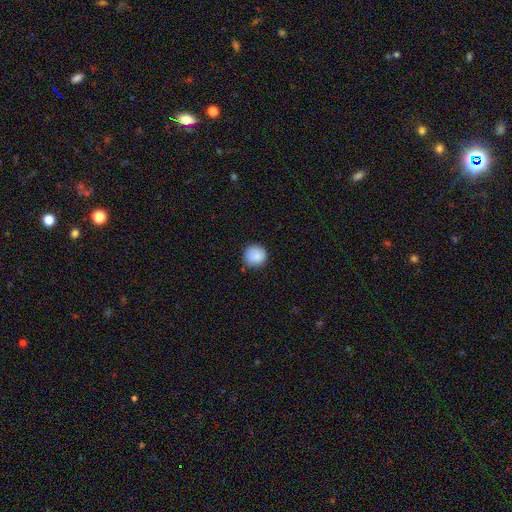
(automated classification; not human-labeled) Smooth or featured?
  - smooth: 87% *
  - star or artifact: 8%
  - featured or disk: 4%
How rounded?
  - round: 92% *
  - in between: 7%
  - cigar-shaped: 1%
Merging?
  - none: 85% *
  - minor disturbance: 11%
  - major disturbance: 2%
  - merger: 1%